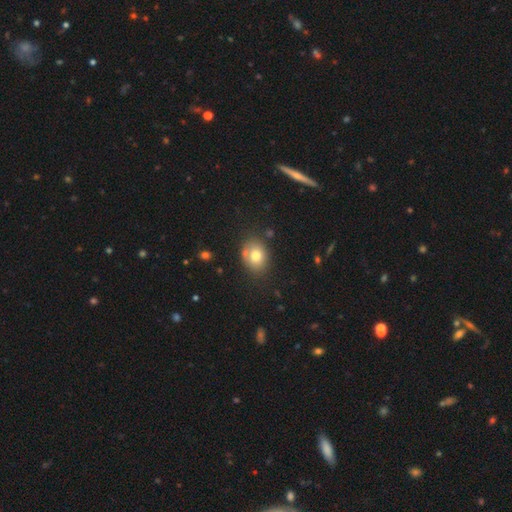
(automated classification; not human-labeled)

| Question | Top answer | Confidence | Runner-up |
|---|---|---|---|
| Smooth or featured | smooth | 76% | featured or disk (14%) |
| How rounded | in between | 57% | round (42%) |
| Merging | none | 70% | minor disturbance (17%) |